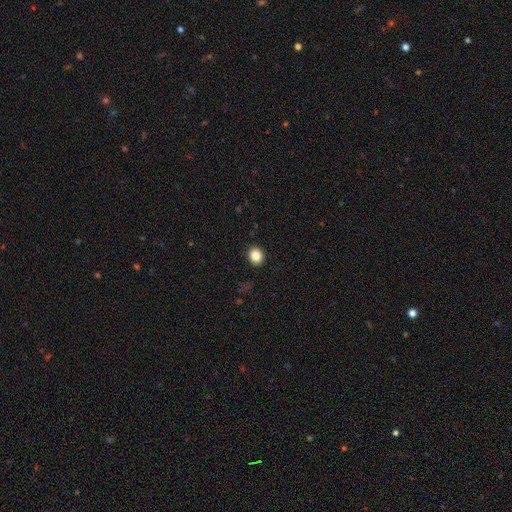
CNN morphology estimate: This appears to be a smooth galaxy with no disk features (84%) that is round (66%). Merging: none (90%).